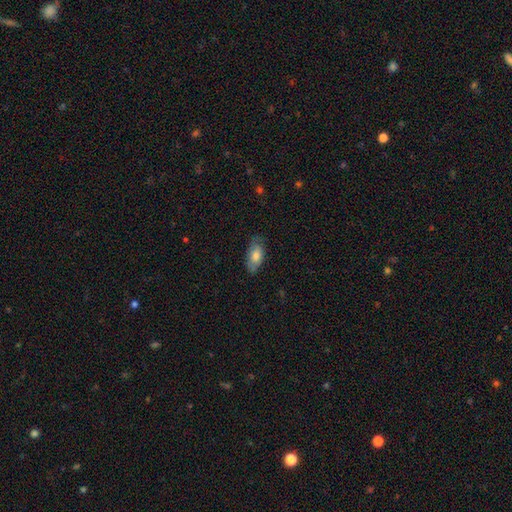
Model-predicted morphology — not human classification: The model was most divided on "smooth or featured": smooth: 70%, featured or disk: 24%, star or artifact: 6%. More confident: how rounded — in between (90%); merging — none (76%).